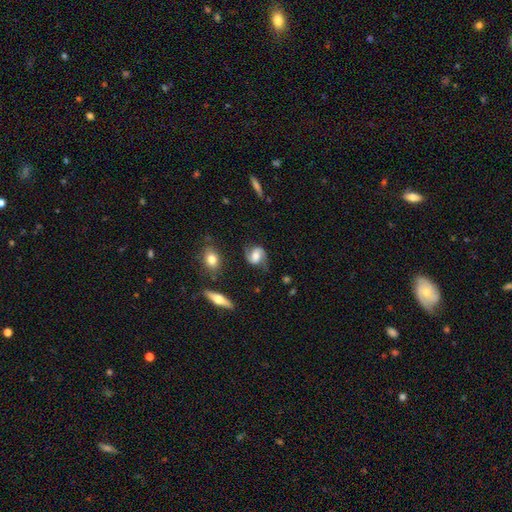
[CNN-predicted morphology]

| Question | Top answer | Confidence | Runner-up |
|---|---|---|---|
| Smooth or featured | featured or disk | 78% | smooth (15%) |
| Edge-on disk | no | 96% | yes (4%) |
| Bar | weak | 42% | no (41%) |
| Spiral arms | yes | 95% | no (5%) |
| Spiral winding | medium | 48% | loose (33%) |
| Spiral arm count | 2 | 91% | can't tell (3%) |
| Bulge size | moderate | 51% | large (24%) |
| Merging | none | 74% | minor disturbance (17%) |